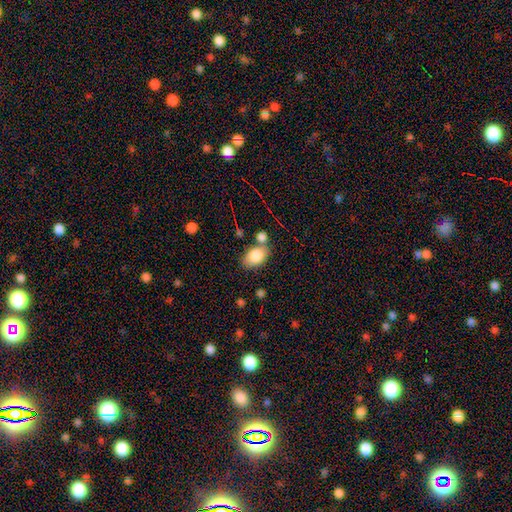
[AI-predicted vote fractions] The model was most divided on "merging": none: 64%, merger: 18%, minor disturbance: 14%, major disturbance: 4%. More confident: how rounded — in between (86%); smooth or featured — smooth (83%).